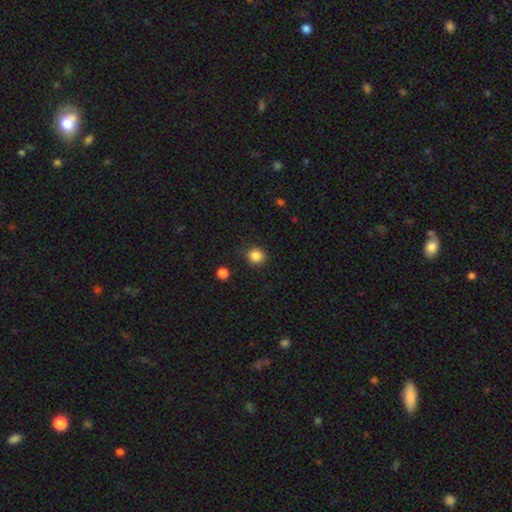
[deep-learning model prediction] Morphology: type=smooth (85%); roundness=round (91%); merging=none (88%).